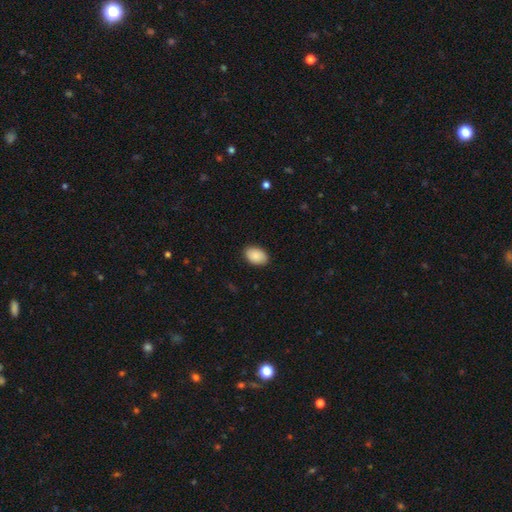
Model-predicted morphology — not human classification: The model was most divided on "how rounded": in between: 88%, round: 11%, cigar-shaped: 1%. More confident: smooth or featured — smooth (90%); merging — none (88%).